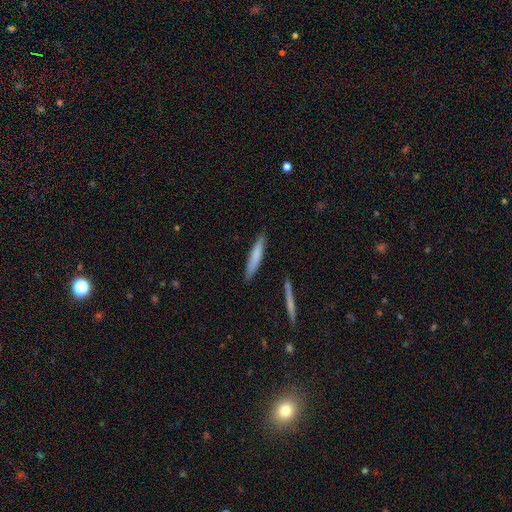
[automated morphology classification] This appears to be a smooth galaxy with no disk features (73%) that is cigar-shaped (92%). Merging: none (86%).